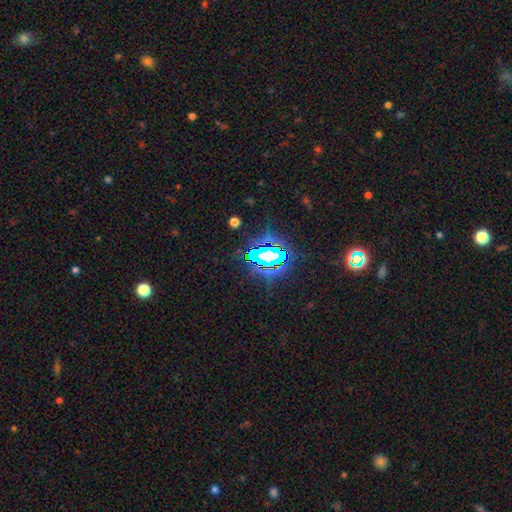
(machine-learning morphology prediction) Smooth or featured? star or artifact (79%)